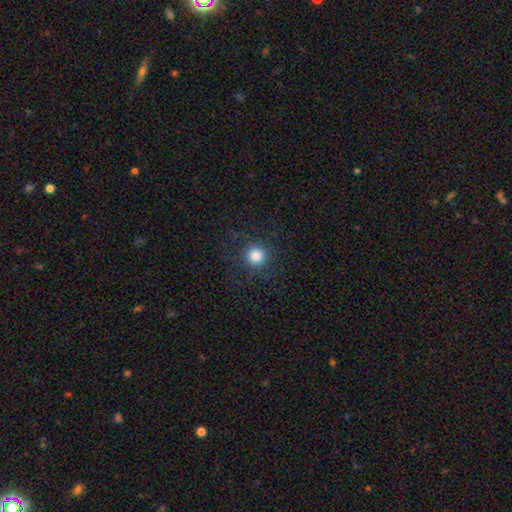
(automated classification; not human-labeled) smooth_or_featured: smooth (p=0.82) [alt: star or artifact p=0.12]
how_rounded: round (p=0.94) [alt: in between p=0.05]
merging: none (p=0.85) [alt: minor disturbance p=0.09]